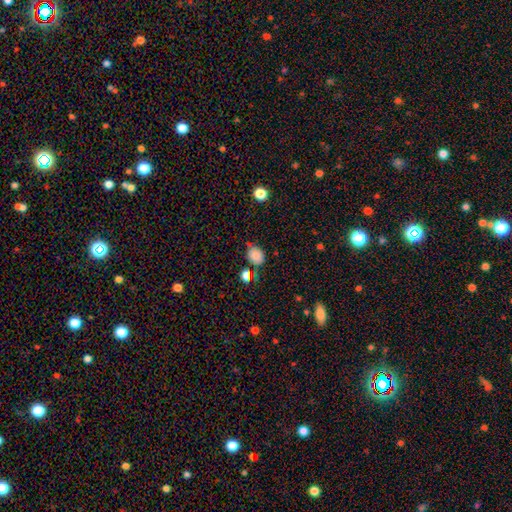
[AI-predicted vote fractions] smooth_or_featured: smooth (p=0.82) [alt: star or artifact p=0.12]
how_rounded: round (p=0.56) [alt: in between p=0.43]
merging: none (p=0.62) [alt: minor disturbance p=0.25]